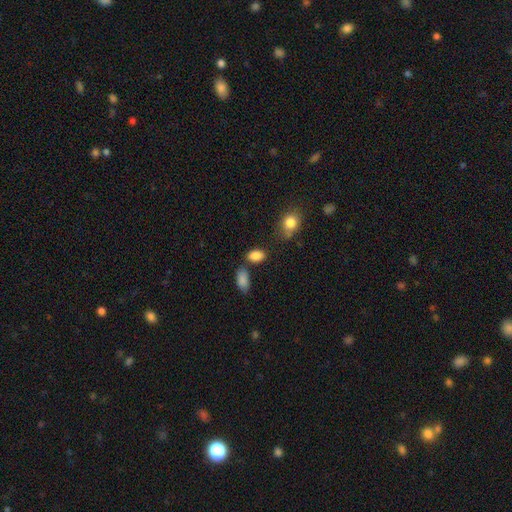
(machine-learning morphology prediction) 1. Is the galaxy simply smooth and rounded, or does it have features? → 87% smooth, 9% star or artifact, 5% featured or disk.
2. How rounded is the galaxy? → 90% in between, 8% round, 2% cigar-shaped.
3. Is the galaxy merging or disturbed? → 66% none, 16% minor disturbance, 13% merger, 5% major disturbance.